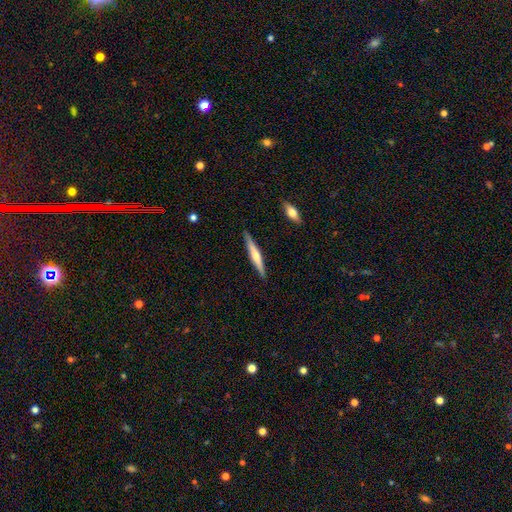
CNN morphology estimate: Smooth or featured? Predicted: featured or disk (p=0.54). Edge-on disk? Predicted: yes (p=0.97). Edge-on bulge? Predicted: rounded (p=0.71). Merging? Predicted: none (p=0.89).